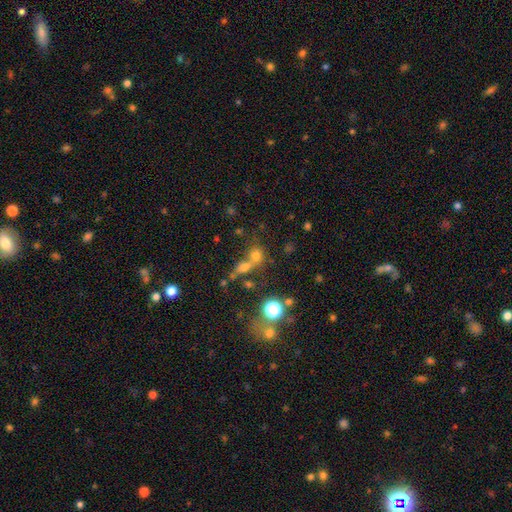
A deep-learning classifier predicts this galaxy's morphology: A smooth galaxy with no disk features (66%) that is round (73%). Merging: merger (47%).